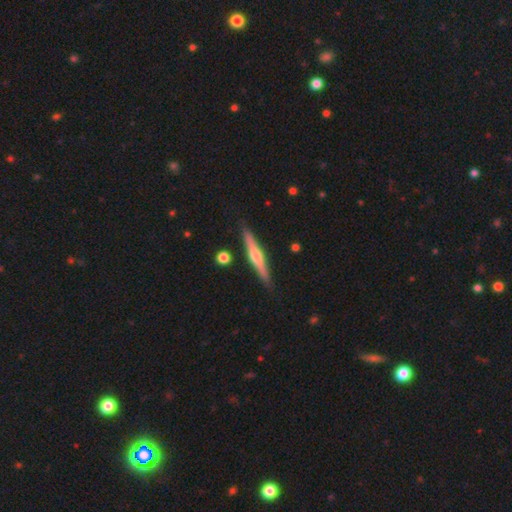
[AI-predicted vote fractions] This is likely a featured or disk galaxy (65%). It is clearly viewed edge-on (97%). Edge-on bulge: clearly rounded (87%). Merging: clearly none (88%).